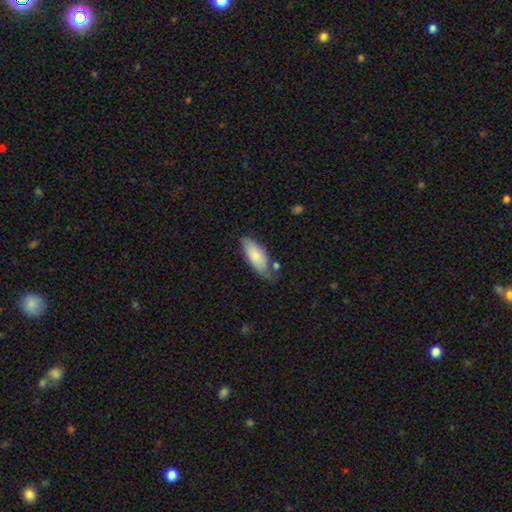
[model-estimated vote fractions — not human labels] The model was most divided on "merging": none: 59%, minor disturbance: 28%, merger: 6%, major disturbance: 6%. More confident: how rounded — in between (81%); smooth or featured — smooth (78%).